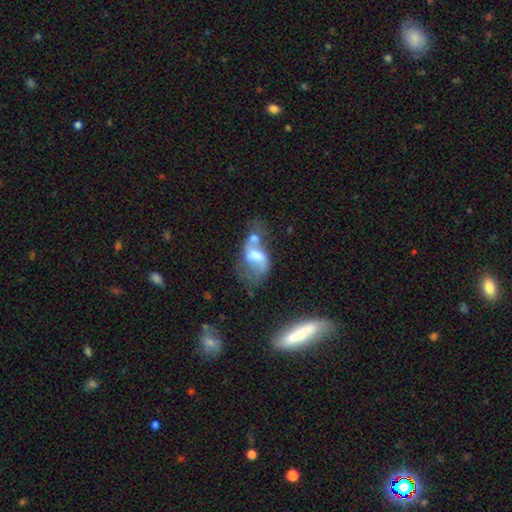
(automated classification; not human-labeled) Smooth or featured? Predicted: featured or disk (p=0.51). Edge-on disk? Predicted: no (p=0.96). Merging? Predicted: merger (p=0.45).